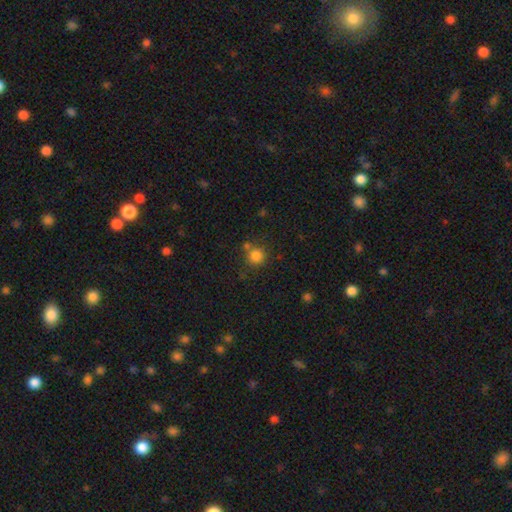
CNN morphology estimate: smooth 81%, star or artifact 13%, featured or disk 6%. Down the decision tree: how rounded — round (90%); merging — none (66%).